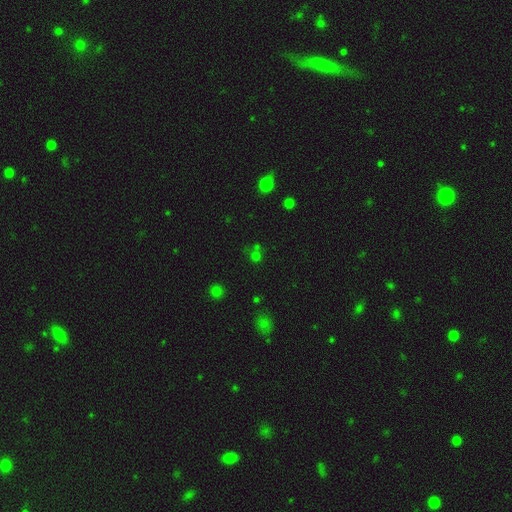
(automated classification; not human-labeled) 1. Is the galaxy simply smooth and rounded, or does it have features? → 55% smooth, 37% star or artifact, 8% featured or disk.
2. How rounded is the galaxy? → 87% round, 12% in between, 1% cigar-shaped.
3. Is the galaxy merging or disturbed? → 63% none, 22% merger, 10% minor disturbance, 5% major disturbance.